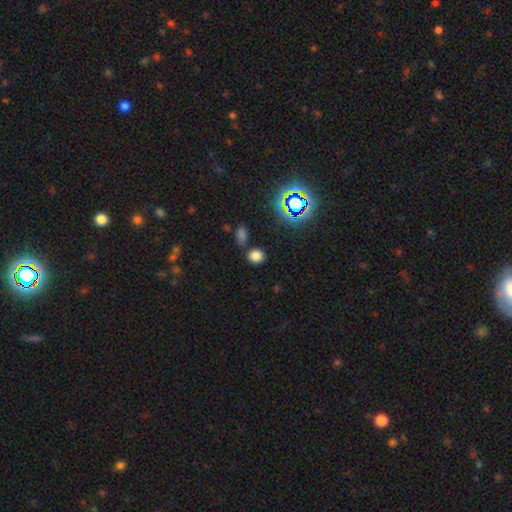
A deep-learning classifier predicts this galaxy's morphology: Q: Smooth or featured?
A: smooth (74%); runner-up: star or artifact (20%)
Q: How rounded?
A: round (69%); runner-up: in between (30%)
Q: Merging?
A: none (78%); runner-up: minor disturbance (10%)